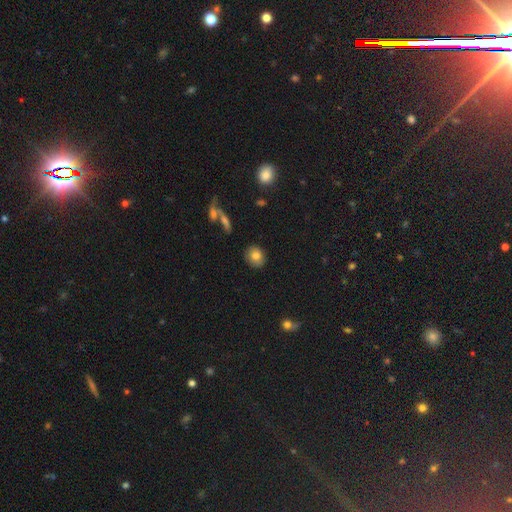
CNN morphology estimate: Smooth or featured?
  - smooth: 79% *
  - featured or disk: 11%
  - star or artifact: 10%
How rounded?
  - round: 69% *
  - in between: 30%
  - cigar-shaped: 1%
Merging?
  - none: 87% *
  - minor disturbance: 9%
  - major disturbance: 2%
  - merger: 2%